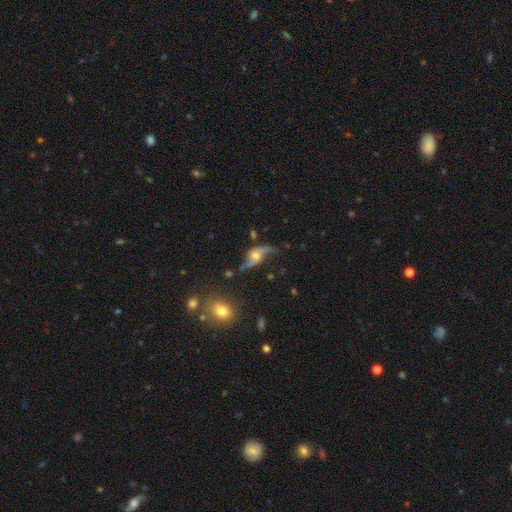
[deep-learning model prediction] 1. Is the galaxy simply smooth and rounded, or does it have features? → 85% featured or disk, 8% smooth, 7% star or artifact.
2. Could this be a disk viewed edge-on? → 94% no, 6% yes.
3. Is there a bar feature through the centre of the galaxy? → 63% no, 29% weak, 8% strong.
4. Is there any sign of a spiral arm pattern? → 94% yes, 6% no.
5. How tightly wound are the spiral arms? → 90% loose, 8% medium, 2% tight.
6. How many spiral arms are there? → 92% 2, 4% 1, 2% can't tell, 1% 3, 1% 4, 1% more than 4.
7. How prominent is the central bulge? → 52% moderate, 32% small, 9% large, 5% none, 2% dominant.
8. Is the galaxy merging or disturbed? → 59% none, 19% minor disturbance, 17% major disturbance, 5% merger.